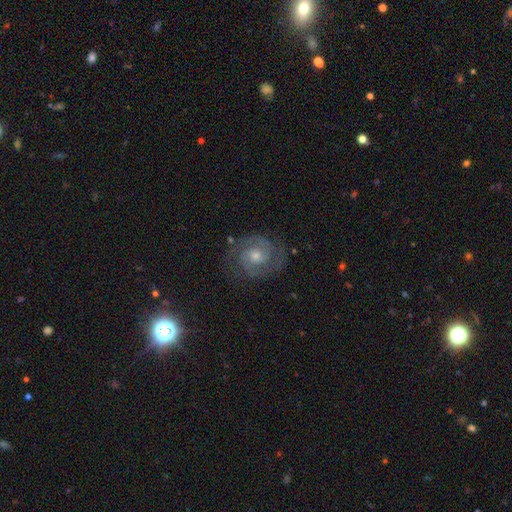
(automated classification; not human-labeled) This appears to be a featured or disk galaxy (85%) with no bar (63%), 2 (86%) tight (58%) spiral arms (97%) and a moderate central bulge (56%). Merging: none (82%).